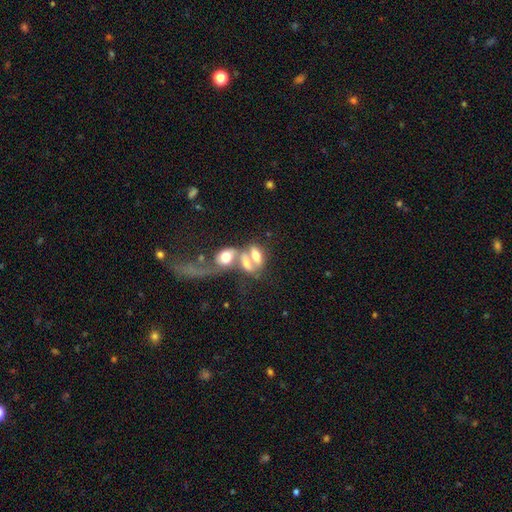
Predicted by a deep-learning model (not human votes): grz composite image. It shows a smooth galaxy with no disk features (51%) that is in between round and cigar-shaped (78%). Merging: merger (70%).